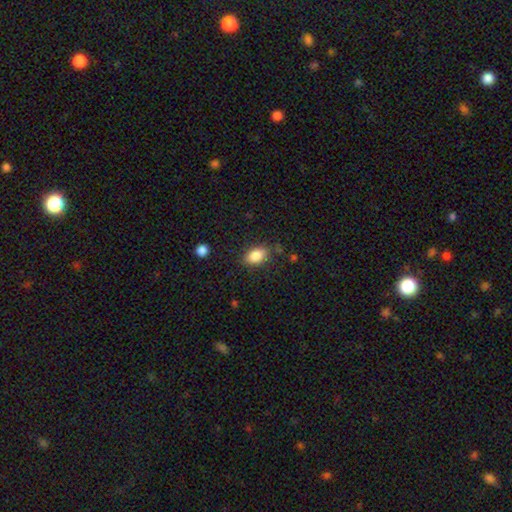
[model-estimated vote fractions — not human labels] smooth 85%, star or artifact 8%, featured or disk 7%. Down the decision tree: how rounded — in between (86%); merging — none (79%).